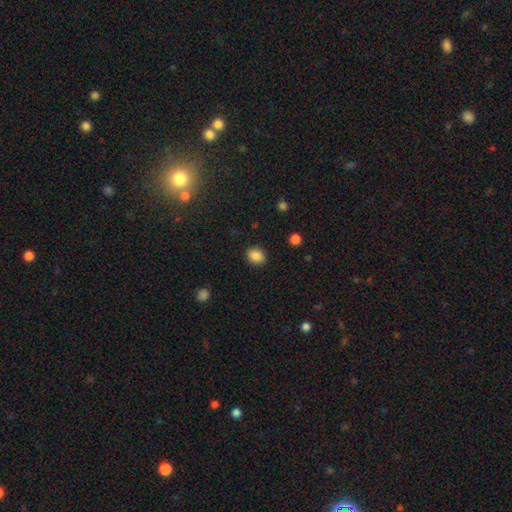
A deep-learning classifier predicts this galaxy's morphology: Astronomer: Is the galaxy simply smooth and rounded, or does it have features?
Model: smooth — 86%.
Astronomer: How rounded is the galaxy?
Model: round — 57% (runner-up: in between, 42%).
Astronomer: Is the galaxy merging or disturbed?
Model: none — 89%.